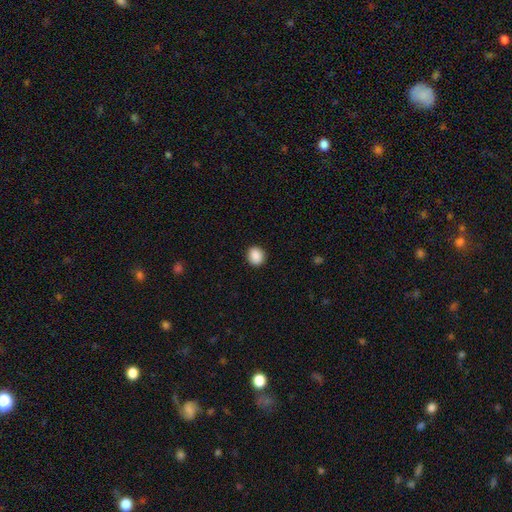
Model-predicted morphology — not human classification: A smooth galaxy with no disk features (89%) that is round (77%).

Vote fractions:
- Smooth or featured? smooth: 89% / star or artifact: 8% / featured or disk: 3%
- How rounded? round: 77% / in between: 22% / cigar-shaped: 1%
- Merging? none: 91% / minor disturbance: 6% / major disturbance: 2% / merger: 1%